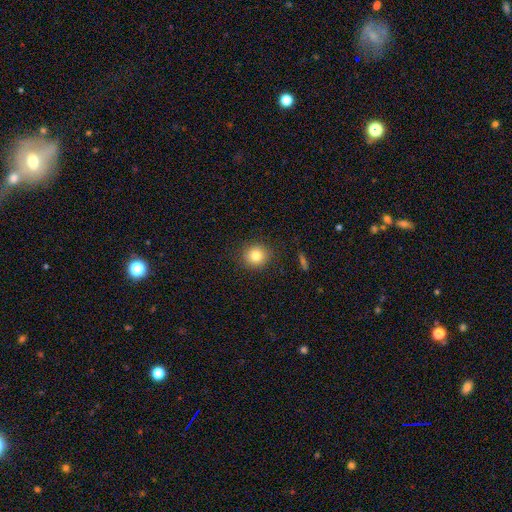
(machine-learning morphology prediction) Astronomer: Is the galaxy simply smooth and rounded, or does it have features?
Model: smooth — 81%.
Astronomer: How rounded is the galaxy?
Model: round — 89%.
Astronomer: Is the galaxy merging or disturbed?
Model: none — 89%.